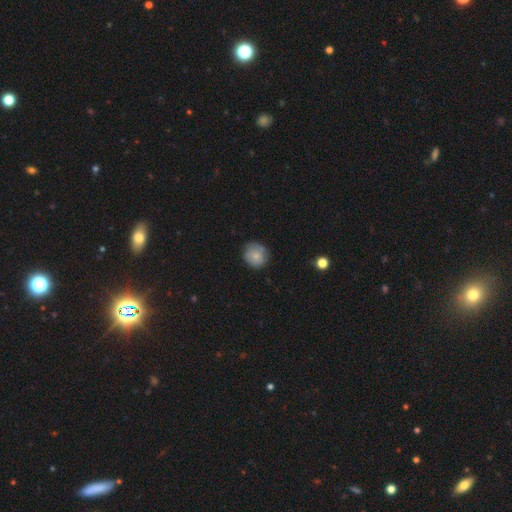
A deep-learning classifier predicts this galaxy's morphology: smooth_or_featured: smooth (p=0.78) [alt: featured or disk p=0.14]
how_rounded: round (p=0.89) [alt: in between p=0.10]
merging: none (p=0.80) [alt: minor disturbance p=0.16]